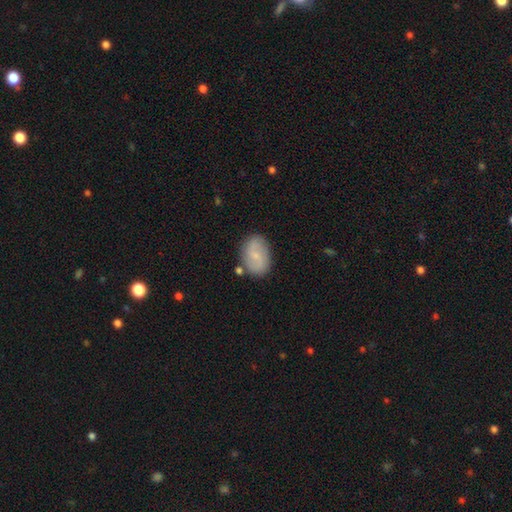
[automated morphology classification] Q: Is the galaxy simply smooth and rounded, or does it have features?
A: smooth — 48%.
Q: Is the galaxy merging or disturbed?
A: none — 77%.